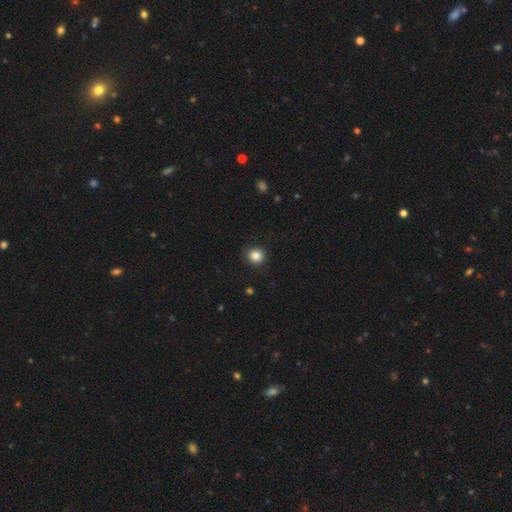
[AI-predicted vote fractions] Overall: smooth (85%). How rounded: round (82%). Merging: none (88%).